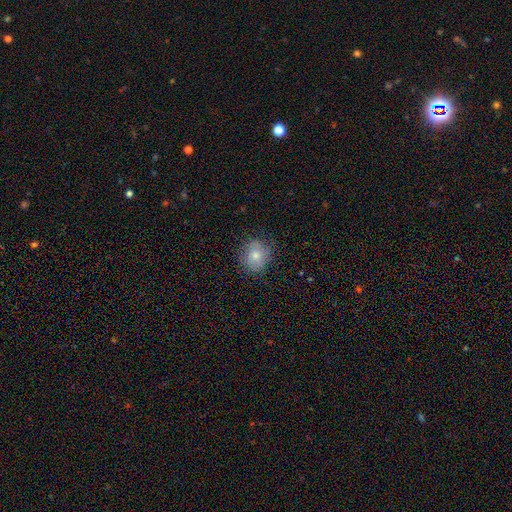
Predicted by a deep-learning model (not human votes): smooth-or-featured: smooth: 75% | featured or disk: 15% | star or artifact: 9%
  how-rounded: round: 79% | in between: 20% | cigar-shaped: 1%
  merging: none: 76% | minor disturbance: 18% | major disturbance: 5% | merger: 1%